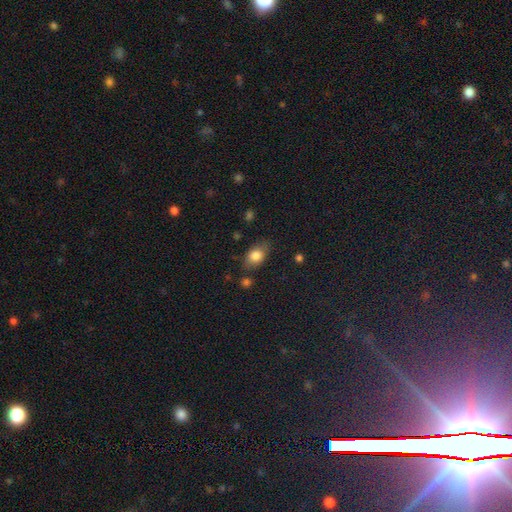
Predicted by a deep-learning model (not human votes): smooth_or_featured: smooth (p=0.80) [alt: featured or disk p=0.12]
how_rounded: in between (p=0.80) [alt: round p=0.17]
merging: none (p=0.73) [alt: minor disturbance p=0.19]